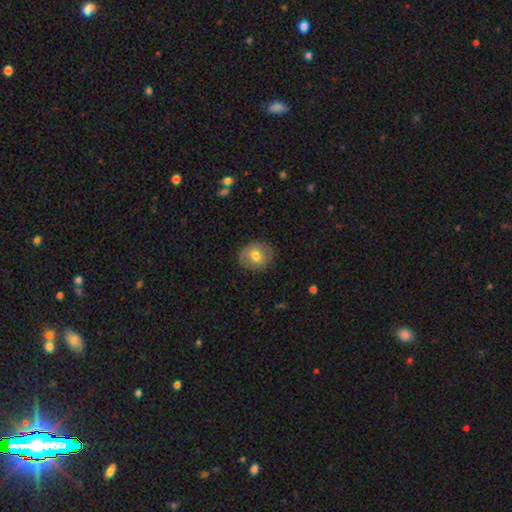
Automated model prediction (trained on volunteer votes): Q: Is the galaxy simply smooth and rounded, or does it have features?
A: smooth — 70%.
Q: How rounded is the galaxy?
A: round — 79%.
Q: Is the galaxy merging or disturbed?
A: none — 85%.